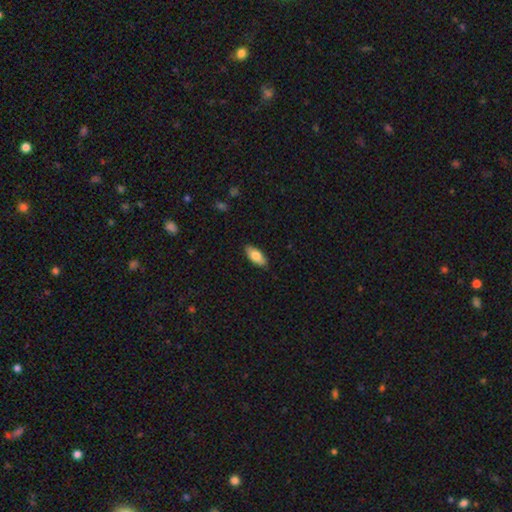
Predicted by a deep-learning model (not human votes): Smooth or featured? Predicted: smooth (p=0.78). How rounded? Predicted: in between (p=0.85). Merging? Predicted: none (p=0.86).